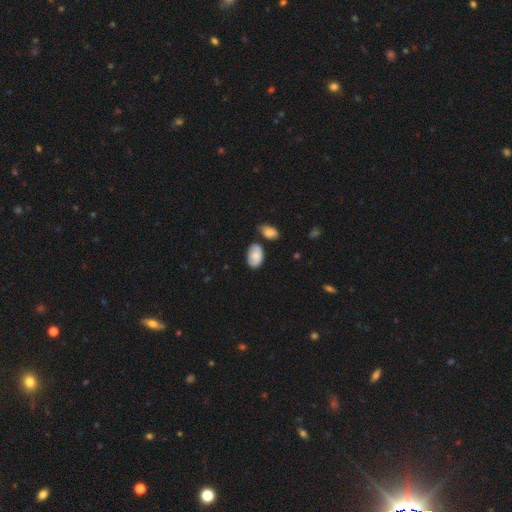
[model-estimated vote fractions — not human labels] A smooth galaxy with no disk features (81%) that is in between round and cigar-shaped (92%).

Vote fractions:
- Smooth or featured? smooth: 81% / featured or disk: 13% / star or artifact: 7%
- How rounded? in between: 92% / round: 7% / cigar-shaped: 1%
- Merging? none: 60% / minor disturbance: 23% / merger: 12% / major disturbance: 5%